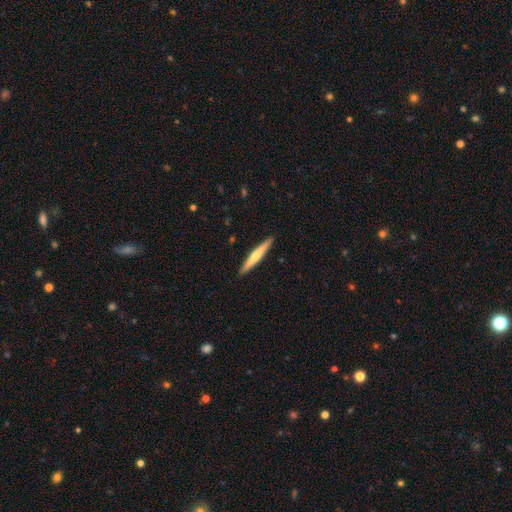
smooth_or_featured: featured or disk (p=0.58) [alt: smooth p=0.34]
disk_edge_on: yes (p=0.91) [alt: no p=0.09]
edge_on_bulge: rounded (p=0.70) [alt: none p=0.25]
merging: none (p=0.94) [alt: minor disturbance p=0.06]